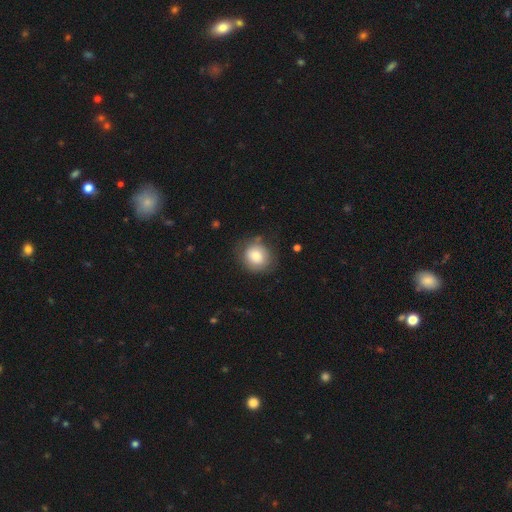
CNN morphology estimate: Smooth or featured?
  - smooth: 76% *
  - featured or disk: 15%
  - star or artifact: 8%
How rounded?
  - round: 80% *
  - in between: 19%
  - cigar-shaped: 1%
Merging?
  - none: 76% *
  - minor disturbance: 16%
  - major disturbance: 6%
  - merger: 2%